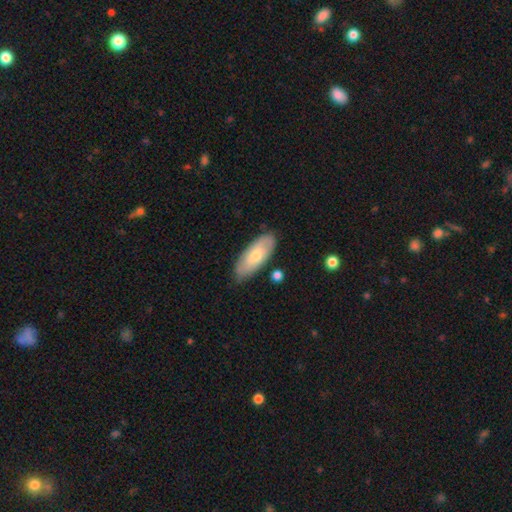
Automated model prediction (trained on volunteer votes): The model was most divided on "smooth or featured": smooth: 64%, featured or disk: 30%, star or artifact: 5%. More confident: merging — none (80%); how rounded — in between (80%).